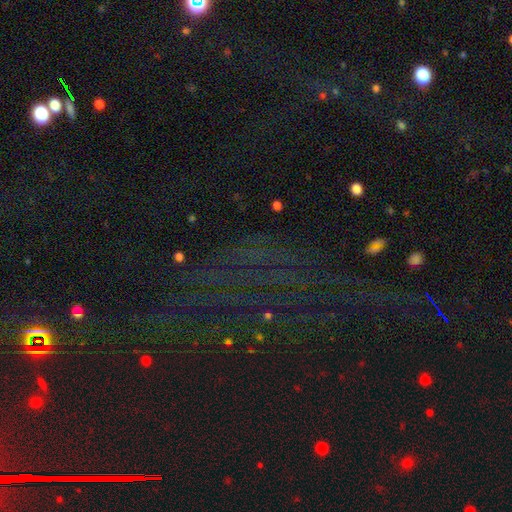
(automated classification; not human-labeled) Q: Smooth or featured?
A: star or artifact (75%); runner-up: smooth (13%)